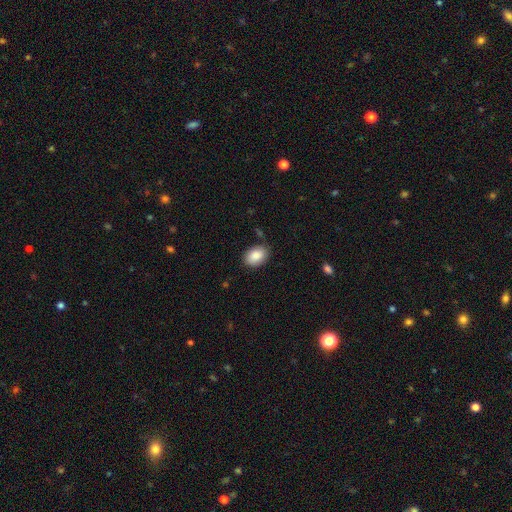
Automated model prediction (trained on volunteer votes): The model was most divided on "how rounded": in between: 83%, round: 16%, cigar-shaped: 1%. More confident: smooth or featured — smooth (88%); merging — none (81%).